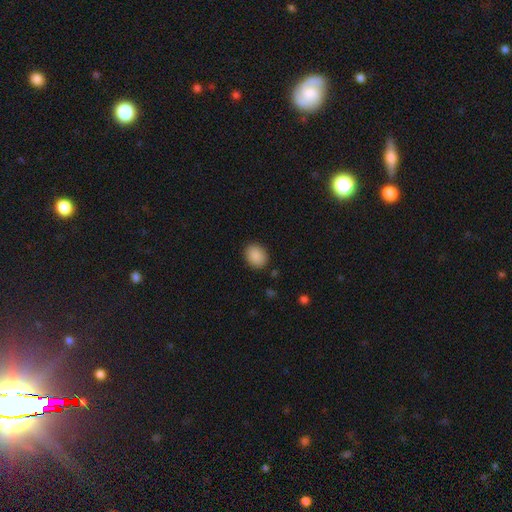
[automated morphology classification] type=smooth (88%); roundness=in between (50%); merging=none (88%).